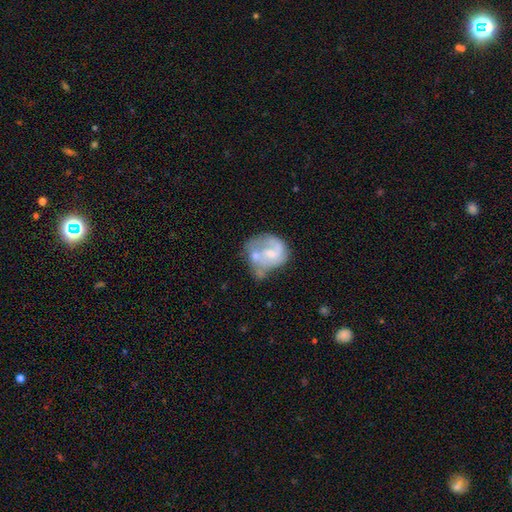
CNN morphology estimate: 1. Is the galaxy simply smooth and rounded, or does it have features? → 65% featured or disk, 28% smooth, 7% star or artifact.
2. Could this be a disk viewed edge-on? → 98% no, 2% yes.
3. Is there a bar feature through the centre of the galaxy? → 58% no, 36% weak, 6% strong.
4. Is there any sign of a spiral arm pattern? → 68% yes, 32% no.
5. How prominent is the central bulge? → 43% small, 36% moderate, 17% none, 3% large, 1% dominant.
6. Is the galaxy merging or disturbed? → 30% merger, 26% none, 24% major disturbance, 20% minor disturbance.